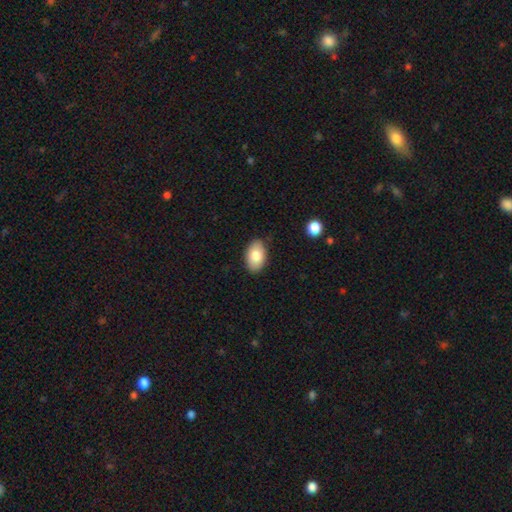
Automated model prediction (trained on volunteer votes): Morphology: type=smooth (82%); roundness=in between (92%); merging=none (86%).